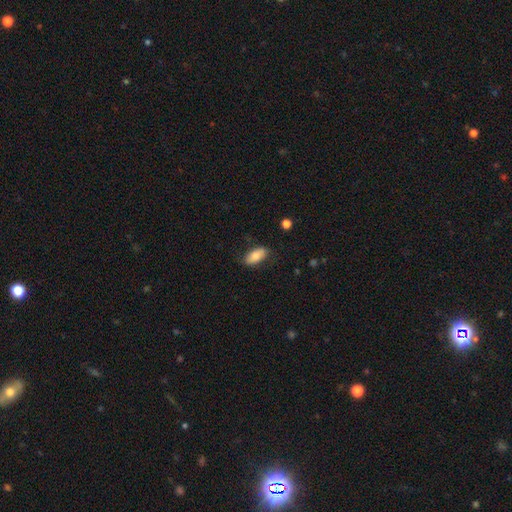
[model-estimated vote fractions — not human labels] A smooth galaxy with no disk features (80%) that is in between round and cigar-shaped (89%).

Vote fractions:
- Smooth or featured? smooth: 80% / featured or disk: 14% / star or artifact: 7%
- How rounded? in between: 89% / cigar-shaped: 8% / round: 3%
- Merging? none: 77% / minor disturbance: 18% / major disturbance: 4% / merger: 1%